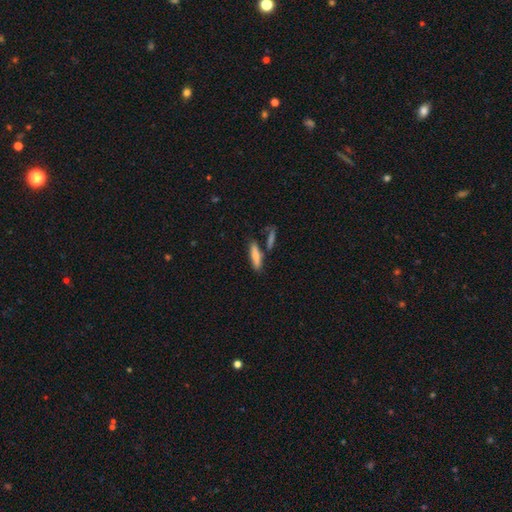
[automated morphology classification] A smooth galaxy with no disk features (66%) that is cigar-shaped (69%).

Vote fractions:
- Smooth or featured? smooth: 66% / featured or disk: 27% / star or artifact: 7%
- How rounded? cigar-shaped: 69% / in between: 29% / round: 2%
- Merging? none: 71% / minor disturbance: 13% / merger: 13% / major disturbance: 3%